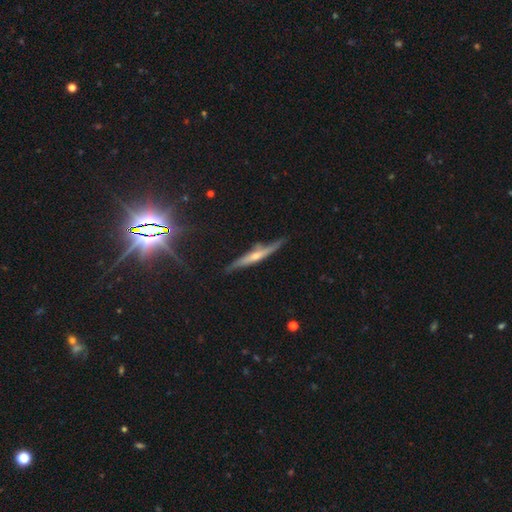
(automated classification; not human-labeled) Smooth or featured? featured or disk (69%)
Edge-on disk? yes (91%)
Edge-on bulge? rounded (72%)
Merging? none (72%)